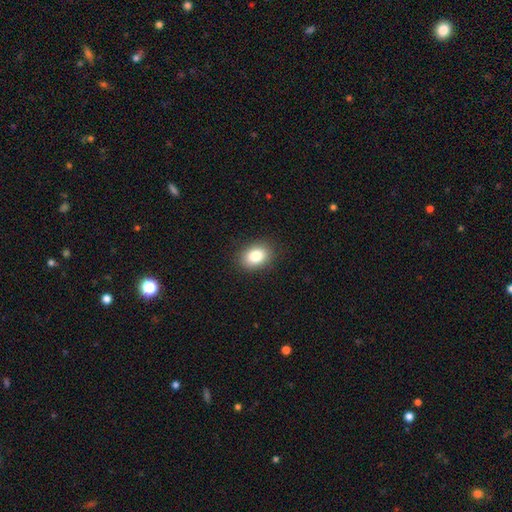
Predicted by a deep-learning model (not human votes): Q: Smooth or featured?
A: smooth (84%); runner-up: star or artifact (9%)
Q: How rounded?
A: in between (76%); runner-up: round (23%)
Q: Merging?
A: none (88%); runner-up: minor disturbance (9%)